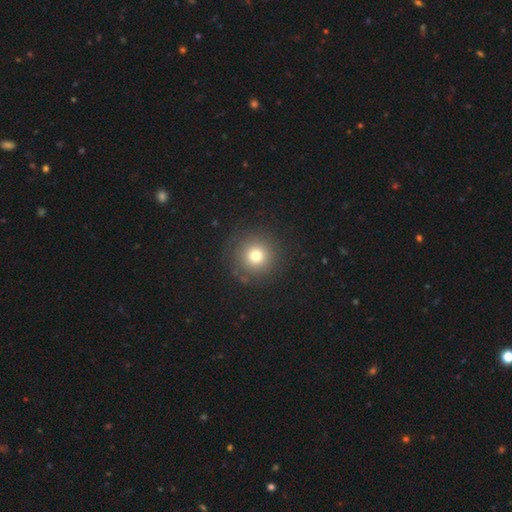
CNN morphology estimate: smooth-or-featured: smooth: 73% | star or artifact: 16% | featured or disk: 11%
  how-rounded: round: 96% | in between: 3% | cigar-shaped: 1%
  merging: none: 88% | minor disturbance: 7% | major disturbance: 4% | merger: 1%